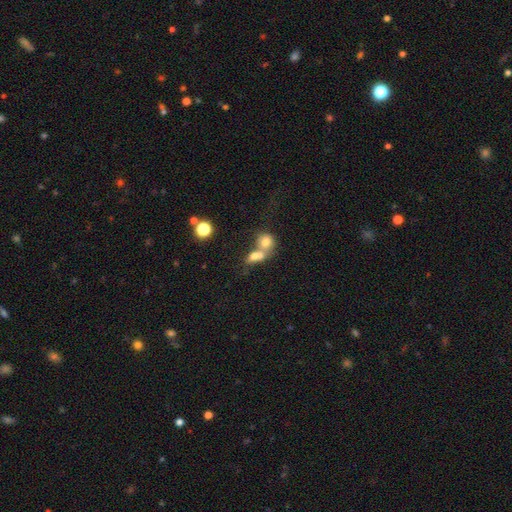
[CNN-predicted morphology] This appears to be a smooth galaxy with no disk features (69%) that is in between round and cigar-shaped (50%). Merging: merger (66%).